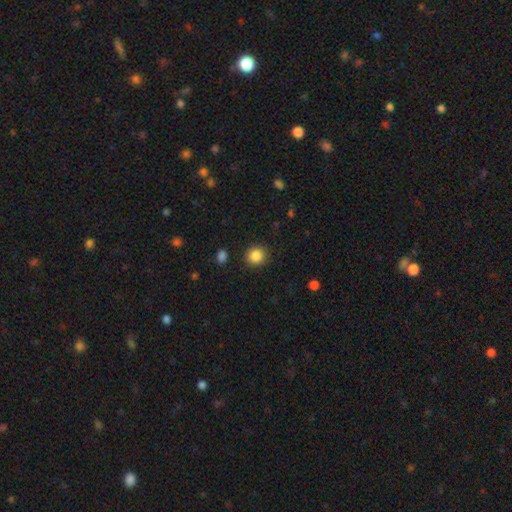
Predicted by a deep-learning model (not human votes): Q: Smooth or featured?
A: smooth (87%); runner-up: star or artifact (10%)
Q: How rounded?
A: round (90%); runner-up: in between (9%)
Q: Merging?
A: none (90%); runner-up: minor disturbance (6%)